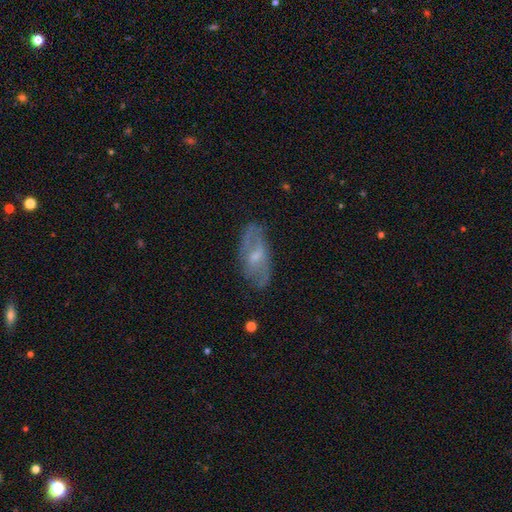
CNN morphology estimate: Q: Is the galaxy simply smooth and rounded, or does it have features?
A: featured or disk — 60%.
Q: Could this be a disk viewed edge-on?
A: no — 88%.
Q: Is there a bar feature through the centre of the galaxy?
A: weak — 46%.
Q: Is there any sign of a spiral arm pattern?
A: yes — 62%.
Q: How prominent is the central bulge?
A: small — 51%.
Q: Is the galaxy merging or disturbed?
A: none — 70%.